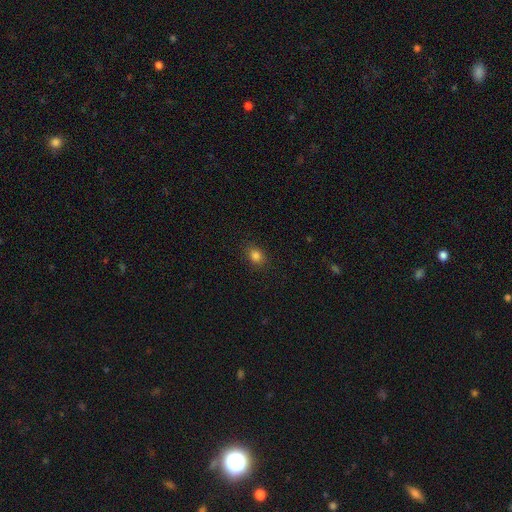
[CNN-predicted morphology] A smooth galaxy with no disk features (83%) that is round (54%).

Vote fractions:
- Smooth or featured? smooth: 83% / star or artifact: 13% / featured or disk: 4%
- How rounded? round: 54% / in between: 45% / cigar-shaped: 1%
- Merging? none: 87% / minor disturbance: 9% / major disturbance: 3% / merger: 1%